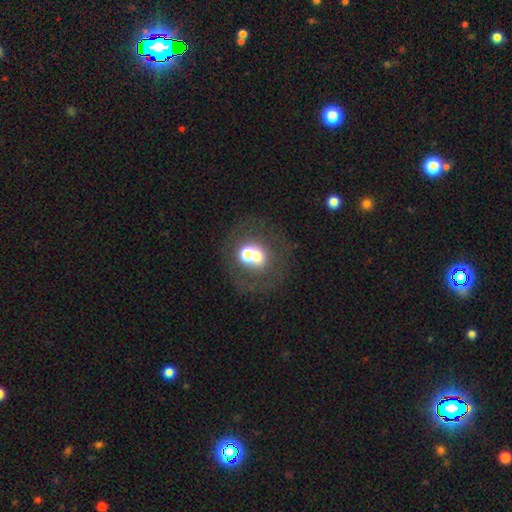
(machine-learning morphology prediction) A smooth galaxy with no disk features (53%) that is round (78%).

Vote fractions:
- Smooth or featured? smooth: 53% / featured or disk: 31% / star or artifact: 15%
- How rounded? round: 78% / in between: 21% / cigar-shaped: 1%
- Merging? none: 43% / merger: 39% / minor disturbance: 10% / major disturbance: 8%